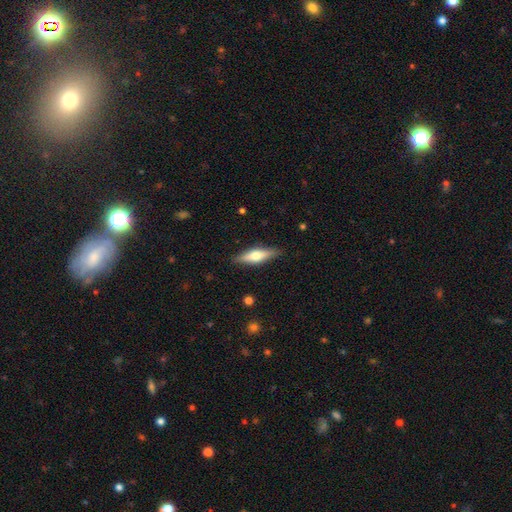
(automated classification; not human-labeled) Overall: smooth (49%; featured or disk 45%). Merging: none (87%).